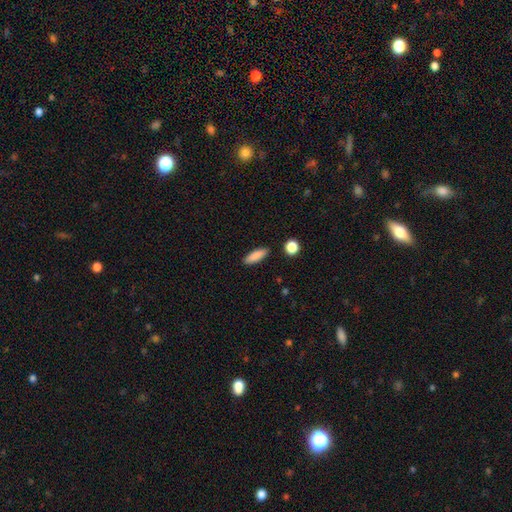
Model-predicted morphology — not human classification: Q: Smooth or featured?
A: smooth (86%); runner-up: featured or disk (7%)
Q: How rounded?
A: in between (51%); runner-up: cigar-shaped (46%)
Q: Merging?
A: none (88%); runner-up: minor disturbance (8%)